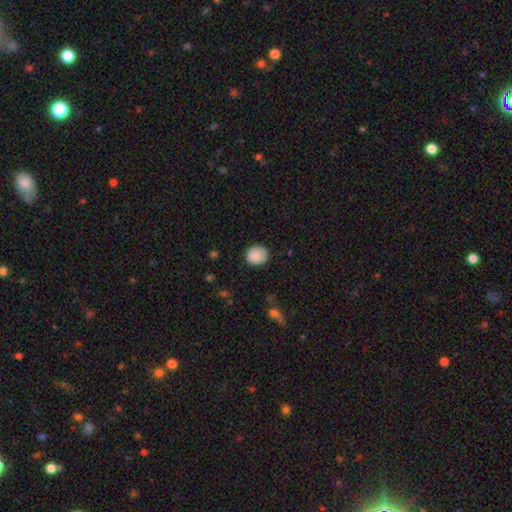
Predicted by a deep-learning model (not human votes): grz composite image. It shows a smooth galaxy with no disk features (88%) that is round (70%). Merging: none (83%).